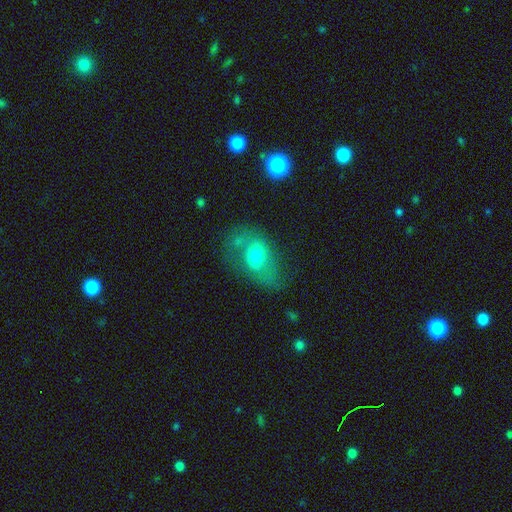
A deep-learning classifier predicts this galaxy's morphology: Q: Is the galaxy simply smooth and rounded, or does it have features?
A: featured or disk — 48%.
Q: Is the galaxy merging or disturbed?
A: none — 48%.